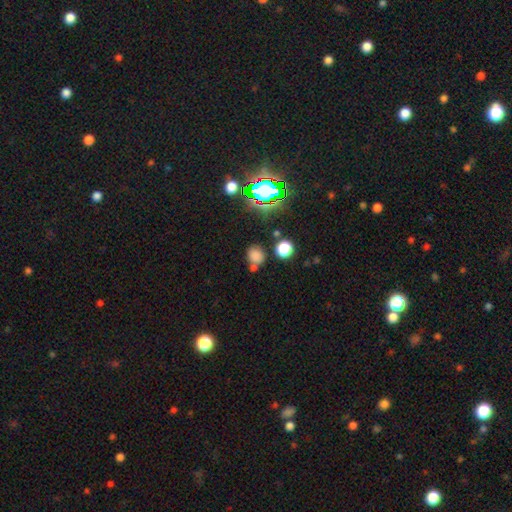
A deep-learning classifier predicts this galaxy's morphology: Smooth or featured?
  - smooth: 71% *
  - star or artifact: 22%
  - featured or disk: 7%
How rounded?
  - round: 66% *
  - in between: 33%
  - cigar-shaped: 1%
Merging?
  - none: 64% *
  - merger: 18%
  - minor disturbance: 13%
  - major disturbance: 5%